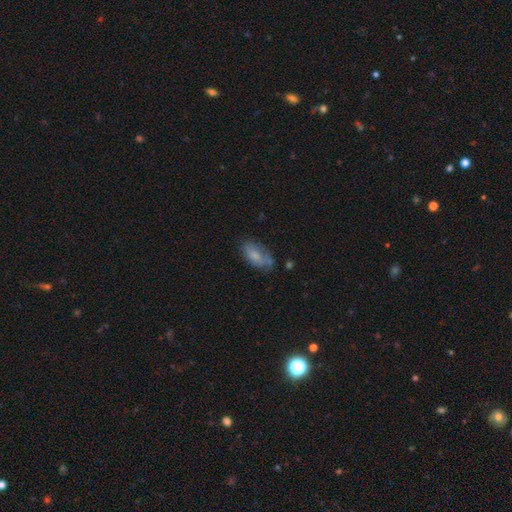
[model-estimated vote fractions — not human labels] Morphology: type=smooth (71%); roundness=in between (90%); merging=none (58%).